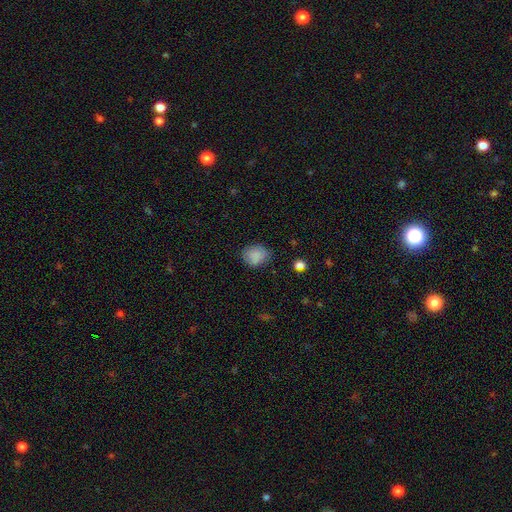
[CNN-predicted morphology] Smooth or featured? smooth (84%)
How rounded? round (57%)
Merging? none (73%)